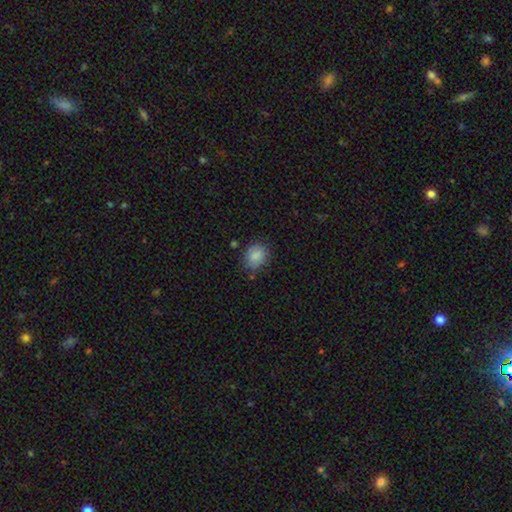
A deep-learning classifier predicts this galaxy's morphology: This is clearly a smooth galaxy (87%). How rounded: possibly round (54%). Merging: likely none (76%).